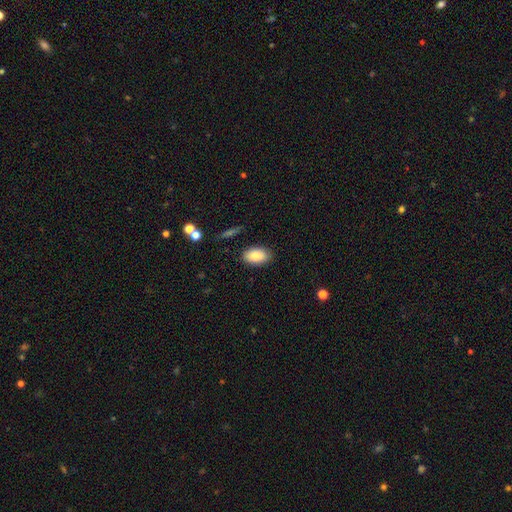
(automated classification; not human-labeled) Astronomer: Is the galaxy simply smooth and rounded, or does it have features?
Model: smooth — 87%.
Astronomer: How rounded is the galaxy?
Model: in between — 93%.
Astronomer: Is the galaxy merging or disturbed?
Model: none — 87%.